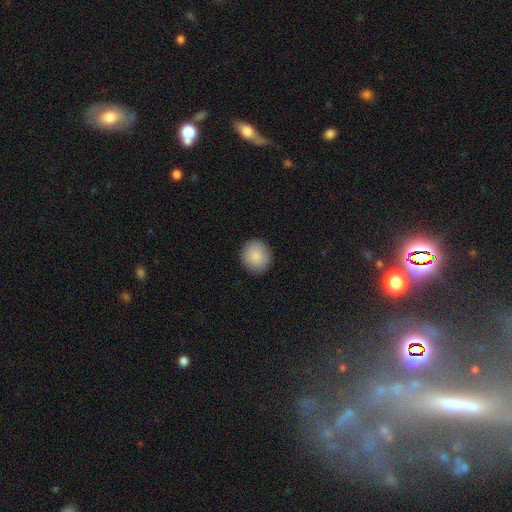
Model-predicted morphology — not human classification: type=smooth (88%); roundness=round (86%); merging=none (90%).